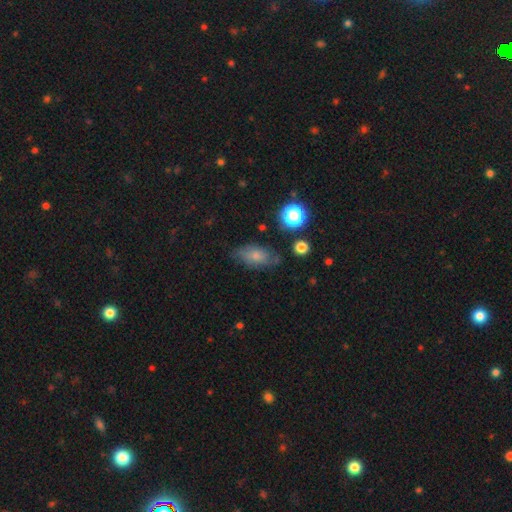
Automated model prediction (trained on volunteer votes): Morphology: type=smooth (70%); roundness=in between (86%); merging=none (65%).